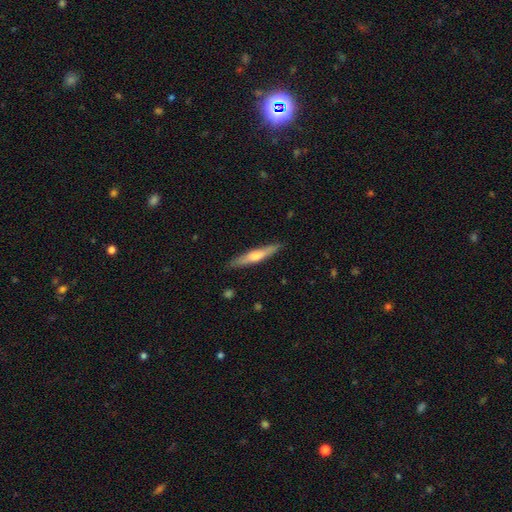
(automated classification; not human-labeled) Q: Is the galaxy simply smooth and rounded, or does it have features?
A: featured or disk — 51%.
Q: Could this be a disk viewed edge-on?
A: yes — 95%.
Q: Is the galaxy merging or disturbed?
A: none — 89%.